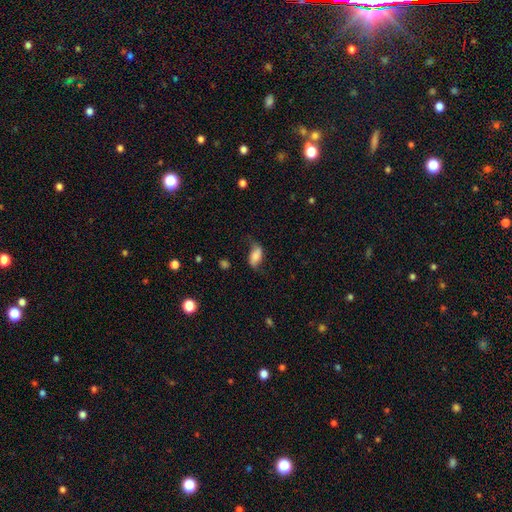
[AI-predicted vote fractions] Overall: smooth (70%). How rounded: in between (90%). Merging: none (53%; minor disturbance 30%).